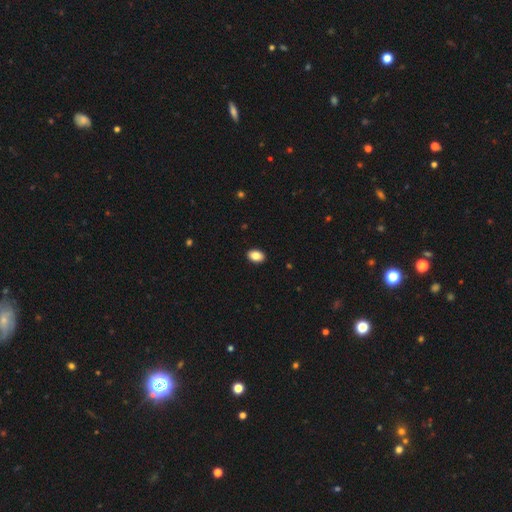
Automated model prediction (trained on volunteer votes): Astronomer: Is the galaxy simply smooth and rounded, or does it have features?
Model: smooth — 87%.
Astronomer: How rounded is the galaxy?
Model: in between — 83%.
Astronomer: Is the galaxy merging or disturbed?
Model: none — 91%.